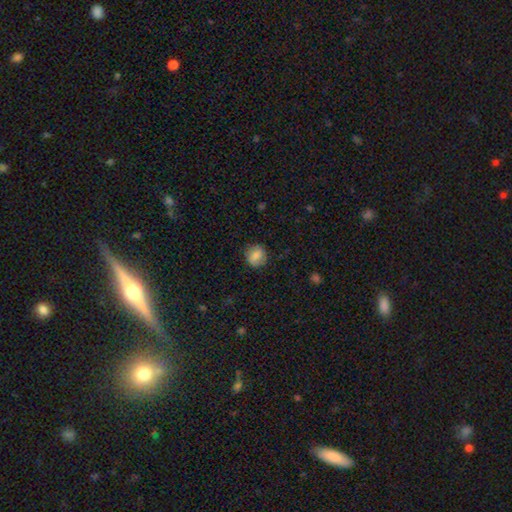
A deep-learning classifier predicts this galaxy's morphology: This is clearly a smooth galaxy (80%). How rounded: clearly round (87%). Merging: clearly none (84%).